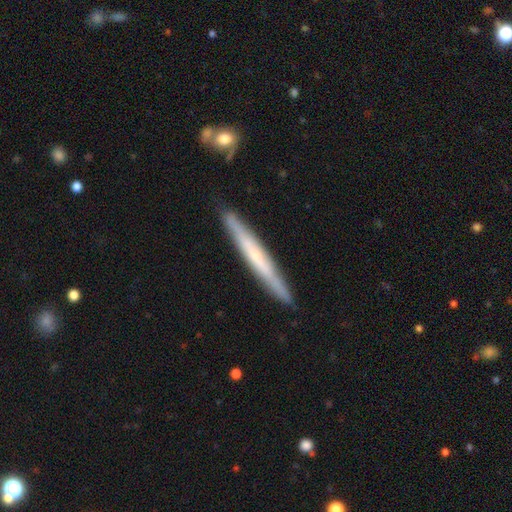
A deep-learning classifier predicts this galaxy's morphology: Smooth or featured?
  - featured or disk: 53% *
  - smooth: 41%
  - star or artifact: 6%
Edge-on disk?
  - yes: 93% *
  - no: 7%
Merging?
  - none: 89% *
  - minor disturbance: 8%
  - merger: 1%
  - major disturbance: 1%